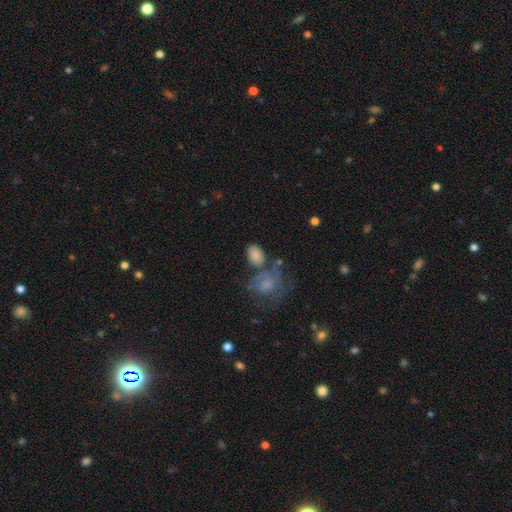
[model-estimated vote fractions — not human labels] smooth_or_featured: smooth (p=0.81) [alt: featured or disk p=0.11]
how_rounded: in between (p=0.81) [alt: round p=0.17]
merging: none (p=0.50) [alt: merger p=0.22]